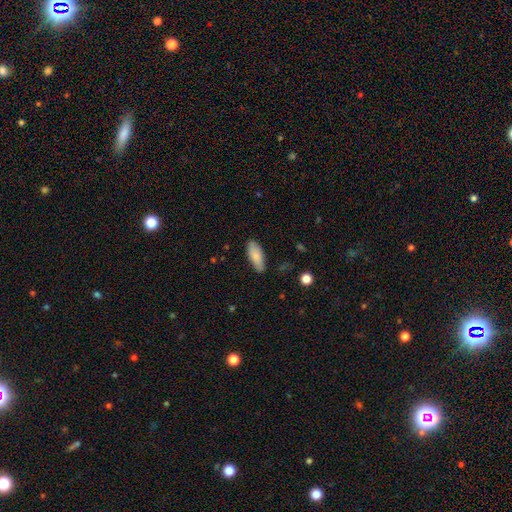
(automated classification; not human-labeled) A smooth galaxy with no disk features (85%) that is in between round and cigar-shaped (77%). Merging: none (82%).